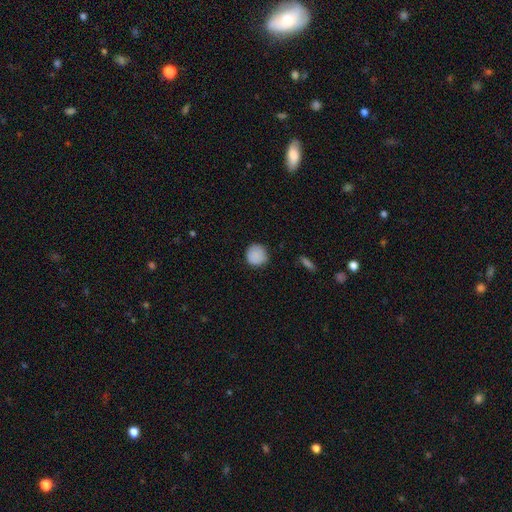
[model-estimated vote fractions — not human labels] Smooth or featured? smooth (87%)
How rounded? round (93%)
Merging? none (83%)